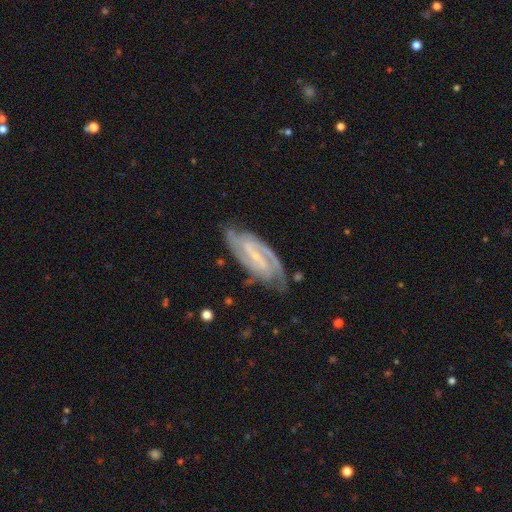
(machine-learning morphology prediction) This appears to be a featured or disk galaxy (90%) with a strong bar (44%), 2 (80%) medium (46%) spiral arms (98%) and a small central bulge (77%). Merging: none (76%).